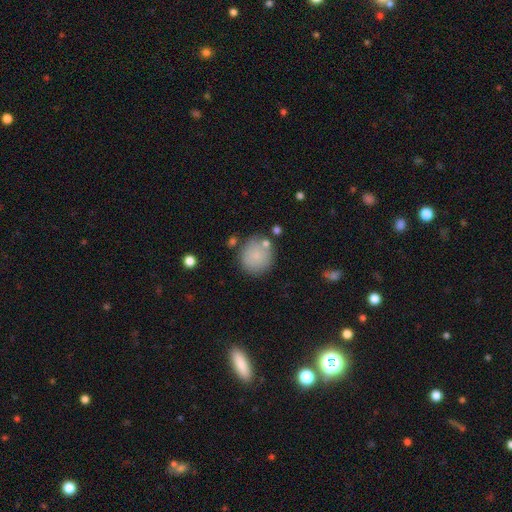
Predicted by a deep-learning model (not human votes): Morphology: type=smooth (81%); roundness=round (89%); merging=none (74%).